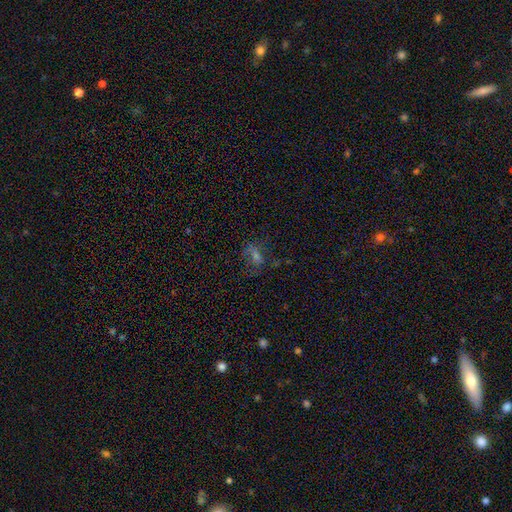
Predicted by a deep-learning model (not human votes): Smooth or featured: star or artifact — 36% (smooth — 34%)